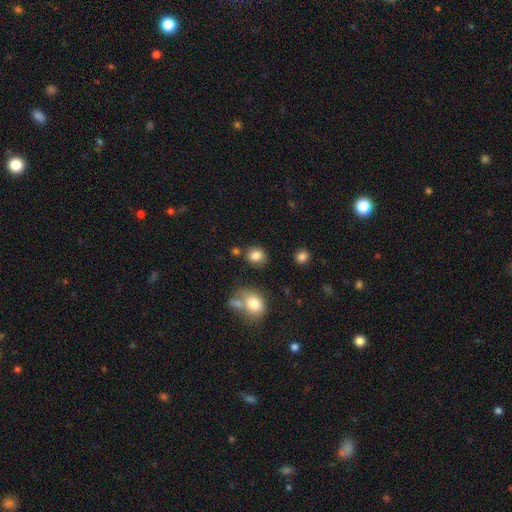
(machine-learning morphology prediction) smooth_or_featured: smooth (p=0.83) [alt: star or artifact p=0.11]
how_rounded: round (p=0.71) [alt: in between p=0.28]
merging: none (p=0.78) [alt: minor disturbance p=0.11]